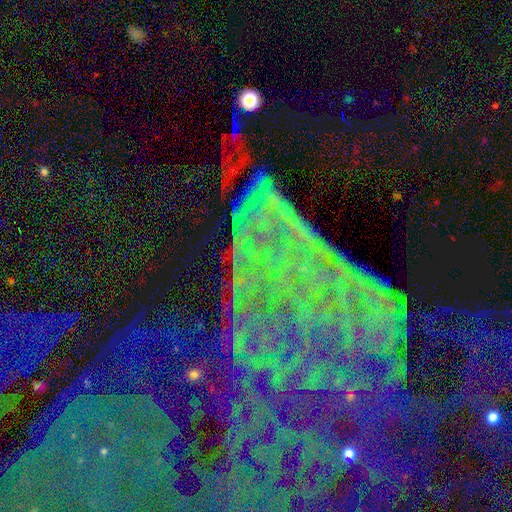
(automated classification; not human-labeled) Q: Smooth or featured?
A: star or artifact (78%); runner-up: featured or disk (12%)